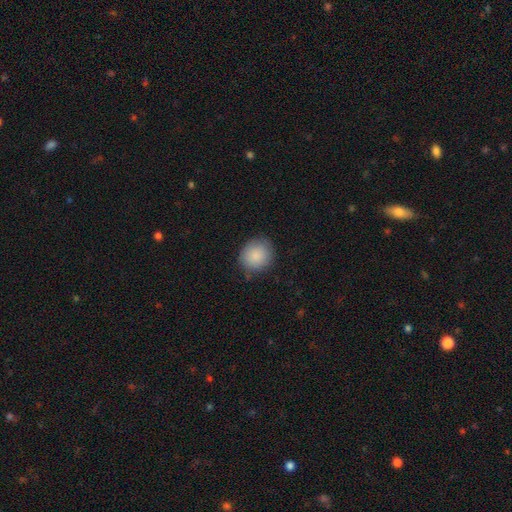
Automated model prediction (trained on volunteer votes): Morphology: type=smooth (88%); roundness=round (83%); merging=none (81%).